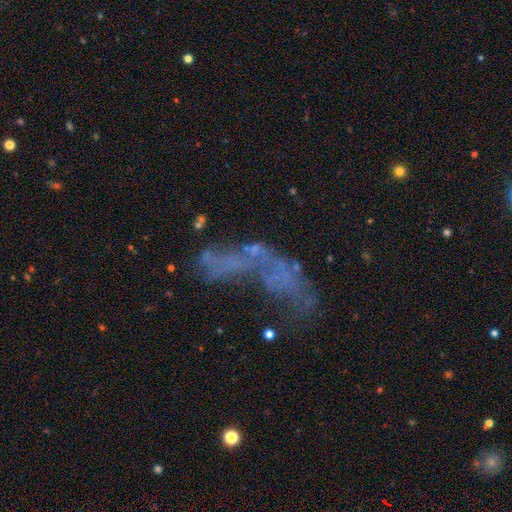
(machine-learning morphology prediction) type=featured or disk (52%); edge-on=no (92%); merging=major disturbance (39%).